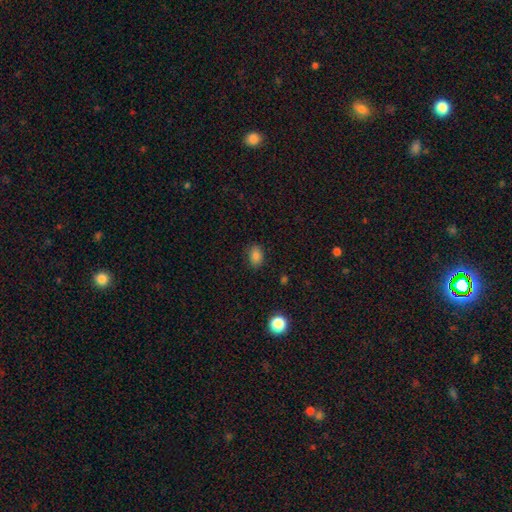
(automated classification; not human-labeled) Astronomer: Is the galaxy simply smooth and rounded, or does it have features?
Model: smooth — 84%.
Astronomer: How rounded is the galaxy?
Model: in between — 77%.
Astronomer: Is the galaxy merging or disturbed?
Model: none — 84%.